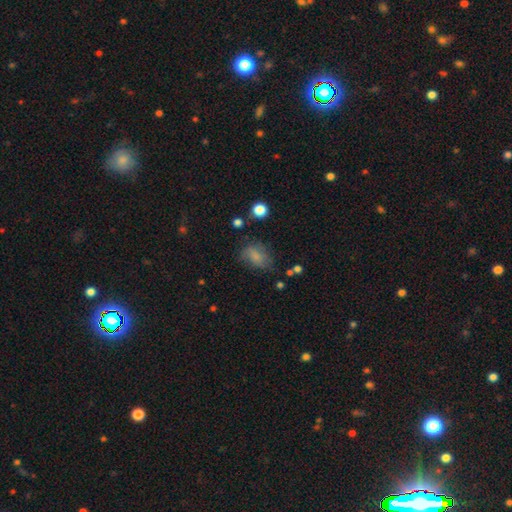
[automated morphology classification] smooth 73%, featured or disk 15%, star or artifact 12%. Down the decision tree: how rounded — in between (81%); merging — none (52%).